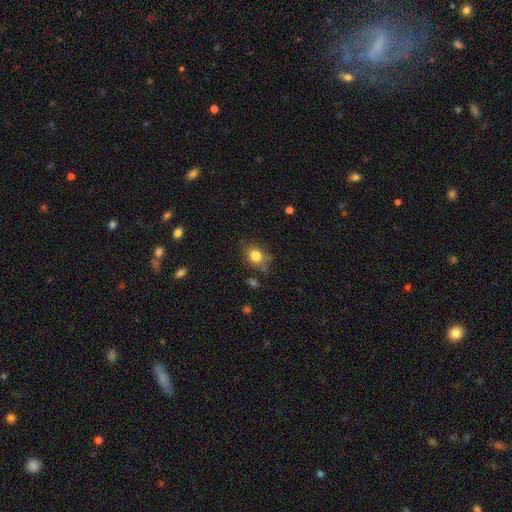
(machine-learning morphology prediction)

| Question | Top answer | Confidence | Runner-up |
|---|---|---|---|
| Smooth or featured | smooth | 81% | star or artifact (10%) |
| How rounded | round | 52% | in between (46%) |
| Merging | none | 70% | minor disturbance (20%) |